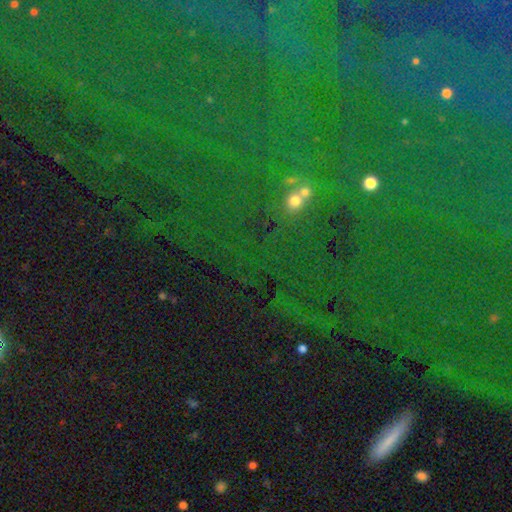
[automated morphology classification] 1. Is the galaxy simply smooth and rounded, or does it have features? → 79% star or artifact, 11% smooth, 9% featured or disk.